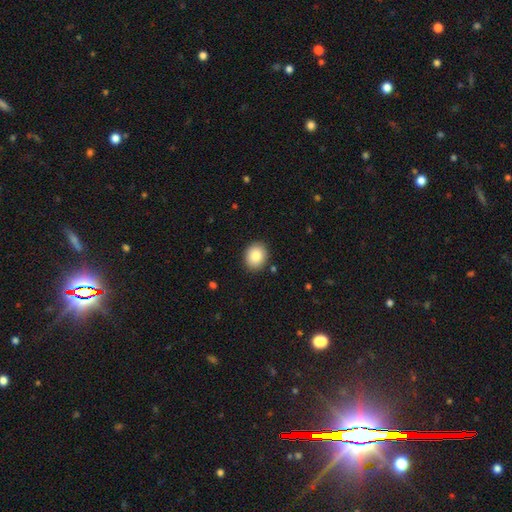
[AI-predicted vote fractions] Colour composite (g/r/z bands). It shows a smooth galaxy with no disk features (85%) that is round (60%). Merging: none (89%).